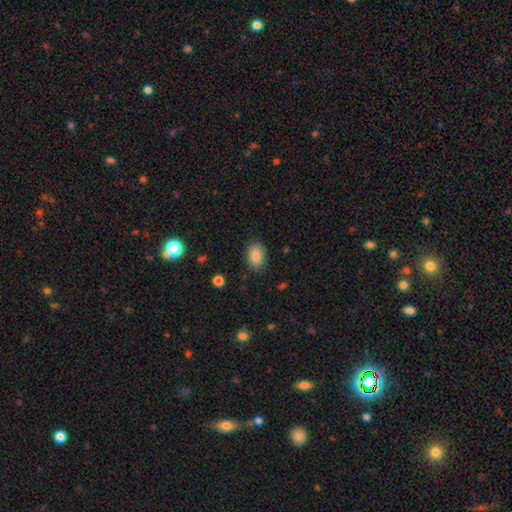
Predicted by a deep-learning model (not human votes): This appears to be a smooth galaxy with no disk features (86%) that is in between round and cigar-shaped (86%). Merging: none (86%).